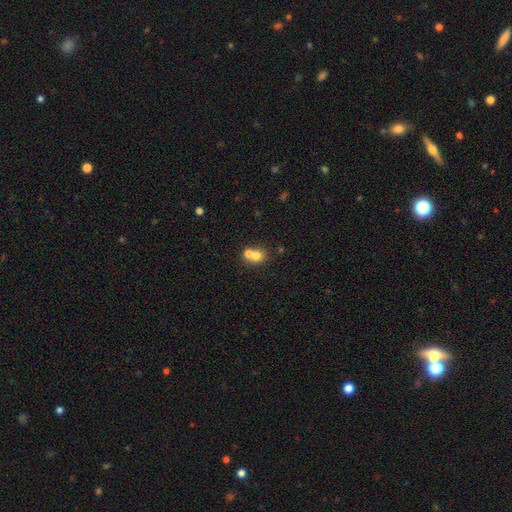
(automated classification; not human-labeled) This appears to be a smooth galaxy with no disk features (72%) that is round (73%). Merging: merger (59%).